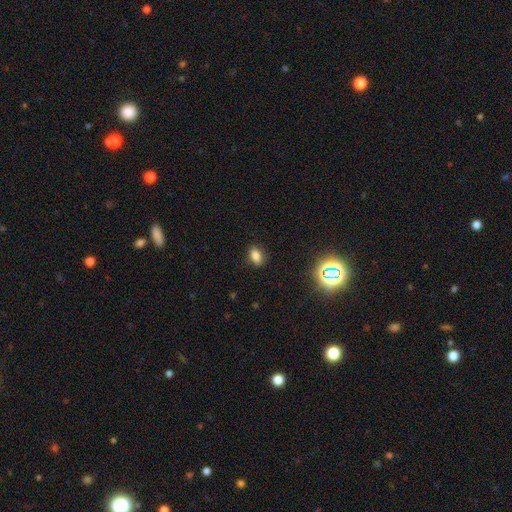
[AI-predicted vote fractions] This appears to be a smooth galaxy with no disk features (78%) that is in between round and cigar-shaped (81%). Merging: none (86%).